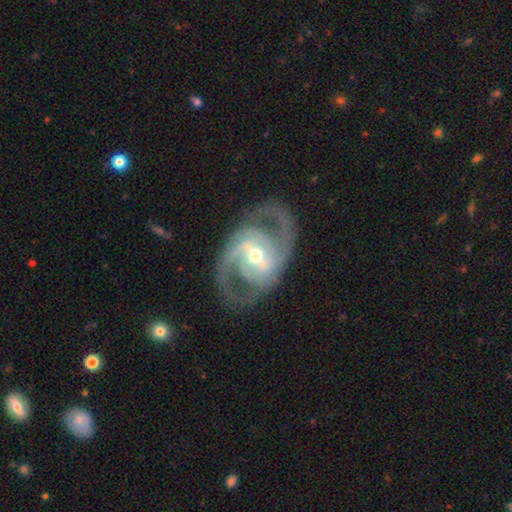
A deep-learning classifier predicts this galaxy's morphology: A featured or disk galaxy (91%) with a strong bar (44%), 2 (76%) medium (56%) spiral arms (96%) and a moderate central bulge (65%). Merging: none (77%).